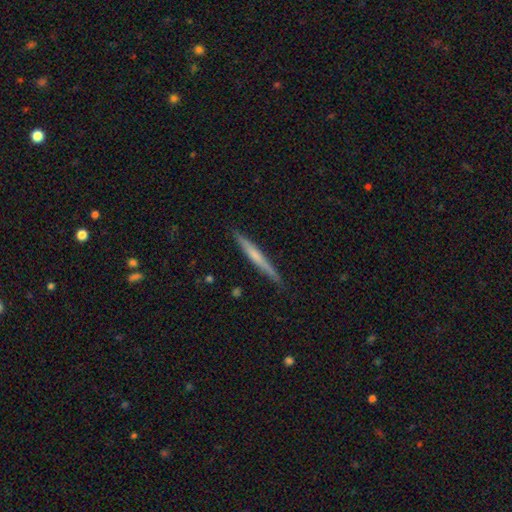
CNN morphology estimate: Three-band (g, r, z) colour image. It shows a featured or disk galaxy (49%). Merging: none (89%).